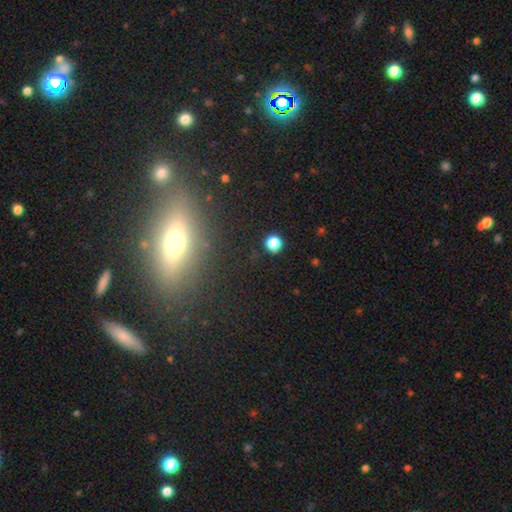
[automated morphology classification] A smooth galaxy with no disk features (42%).

Vote fractions:
- Smooth or featured? smooth: 42% / featured or disk: 36% / star or artifact: 22%
- Merging? none: 80% / minor disturbance: 11% / merger: 5% / major disturbance: 4%